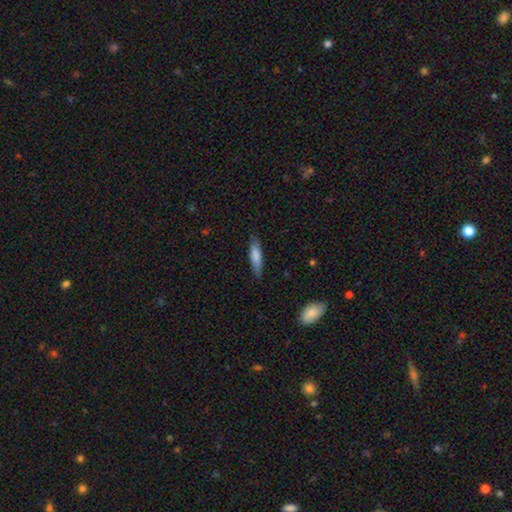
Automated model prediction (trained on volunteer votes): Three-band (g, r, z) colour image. It shows a smooth galaxy with no disk features (78%) that is cigar-shaped (69%). Merging: none (84%).